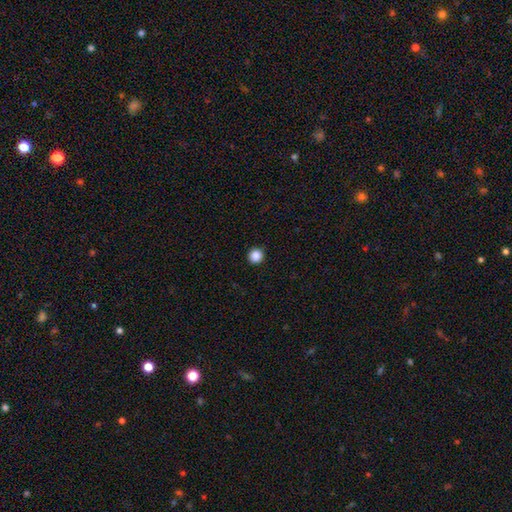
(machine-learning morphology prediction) smooth-or-featured: smooth: 86% | star or artifact: 11% | featured or disk: 3%
  how-rounded: round: 95% | in between: 4% | cigar-shaped: 1%
  merging: none: 93% | minor disturbance: 4% | major disturbance: 1% | merger: 1%